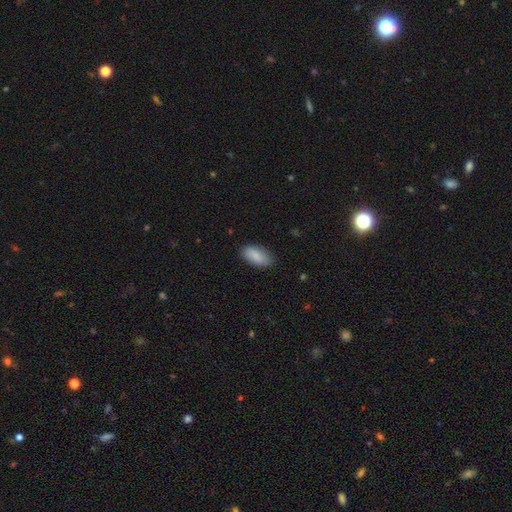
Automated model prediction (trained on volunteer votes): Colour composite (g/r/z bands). It shows a smooth galaxy with no disk features (87%) that is in between round and cigar-shaped (91%). Merging: none (81%).